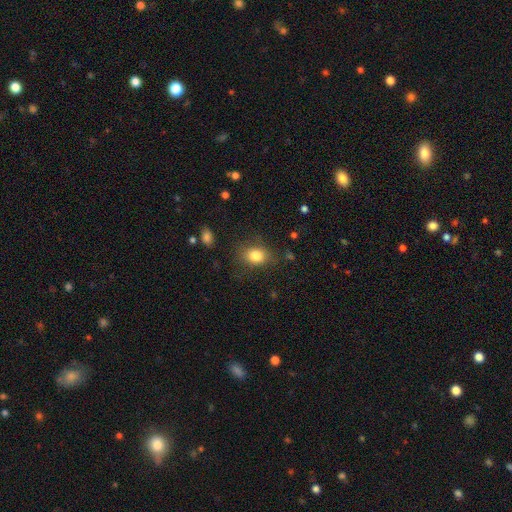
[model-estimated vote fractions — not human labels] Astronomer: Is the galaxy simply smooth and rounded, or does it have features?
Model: smooth — 82%.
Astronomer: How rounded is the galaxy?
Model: in between — 60% (runner-up: round, 39%).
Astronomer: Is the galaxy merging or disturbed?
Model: none — 76%.